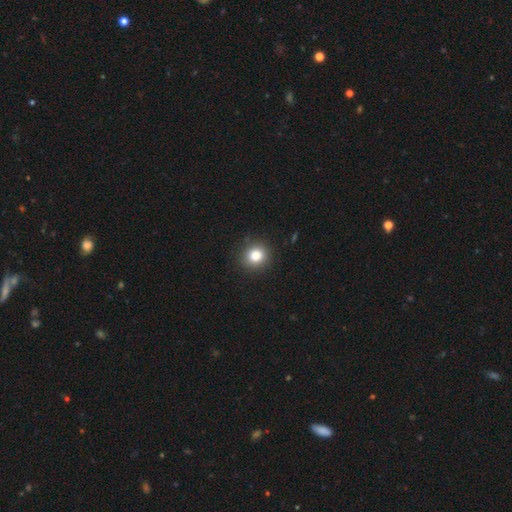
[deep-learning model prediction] A smooth galaxy with no disk features (81%) that is round (89%). Merging: none (91%).